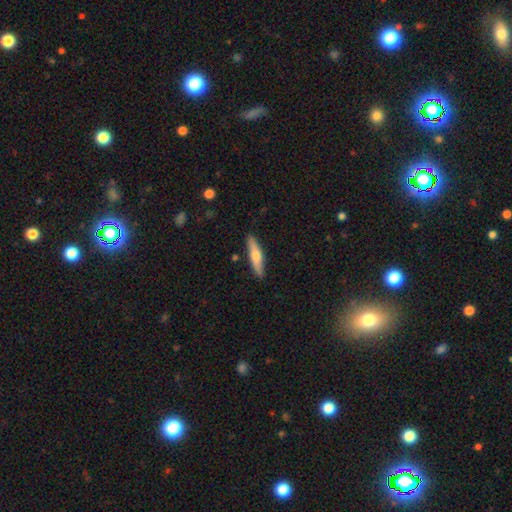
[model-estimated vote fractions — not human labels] Q: Smooth or featured?
A: smooth (53%); runner-up: featured or disk (41%)
Q: How rounded?
A: cigar-shaped (79%); runner-up: in between (20%)
Q: Merging?
A: none (88%); runner-up: minor disturbance (9%)